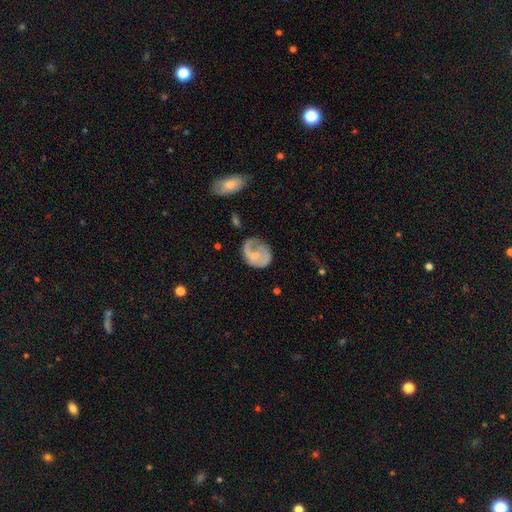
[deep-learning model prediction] smooth-or-featured: featured or disk: 57% | smooth: 36% | star or artifact: 7%
  disk-edge-on: no: 97% | yes: 3%
    bar: no: 72% | weak: 24% | strong: 4%
    has-spiral-arms: yes: 70% | no: 30%
    bulge-size: small: 59% | moderate: 29% | none: 9% | large: 2% | dominant: 1%
  merging: none: 41% | minor disturbance: 30% | major disturbance: 26% | merger: 3%